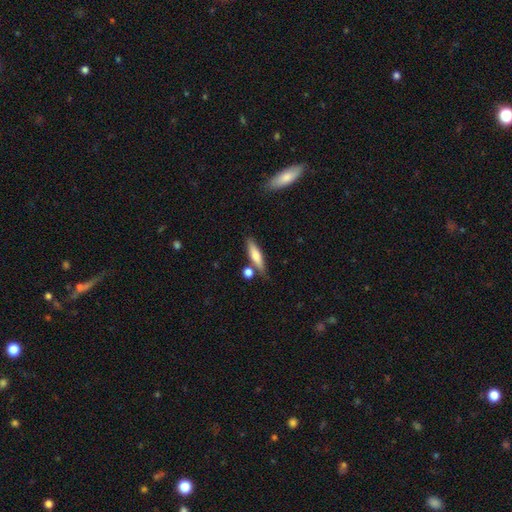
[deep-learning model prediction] This is likely a smooth galaxy (67%). How rounded: likely cigar-shaped (73%). Merging: likely none (70%).